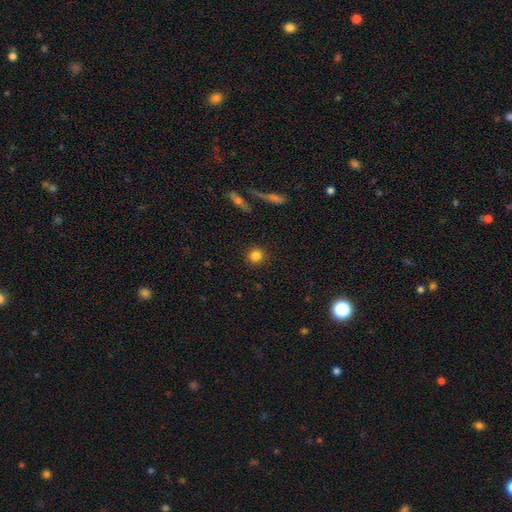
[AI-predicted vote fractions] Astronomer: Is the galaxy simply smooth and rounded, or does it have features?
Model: smooth — 83%.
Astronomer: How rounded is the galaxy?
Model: round — 91%.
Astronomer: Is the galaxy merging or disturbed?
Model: none — 90%.